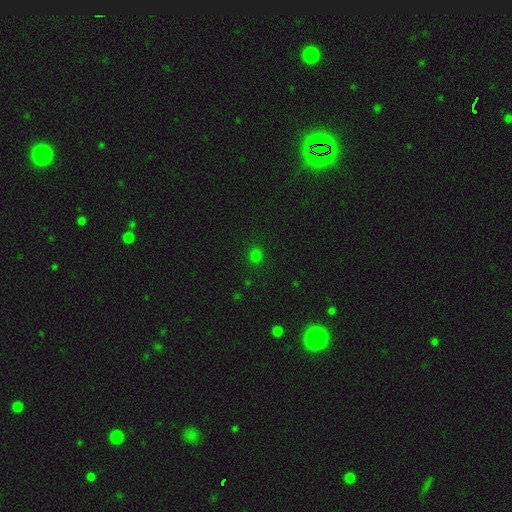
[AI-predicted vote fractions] Q: Smooth or featured?
A: smooth (76%); runner-up: star or artifact (21%)
Q: How rounded?
A: round (85%); runner-up: in between (14%)
Q: Merging?
A: none (89%); runner-up: minor disturbance (7%)